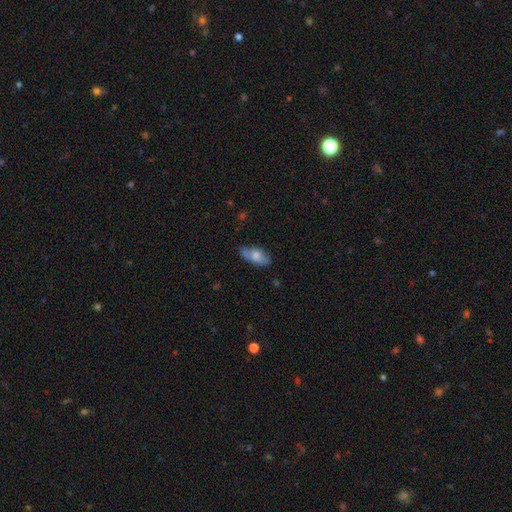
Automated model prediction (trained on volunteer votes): Smooth or featured? smooth (67%)
How rounded? in between (88%)
Merging? none (66%)